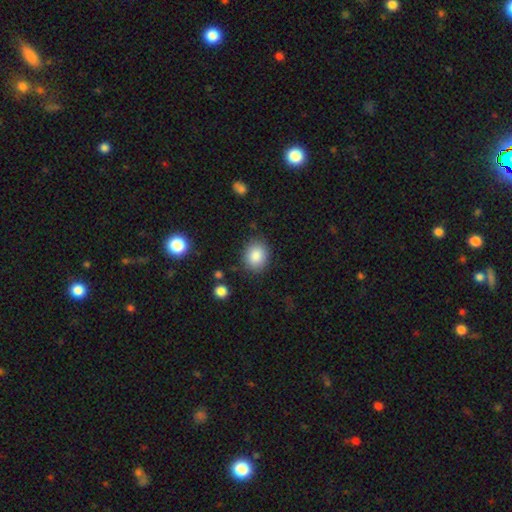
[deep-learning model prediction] Smooth or featured: smooth — 86% (star or artifact — 8%)
How rounded: round — 62% (in between — 37%)
Merging: none — 85% (minor disturbance — 10%)